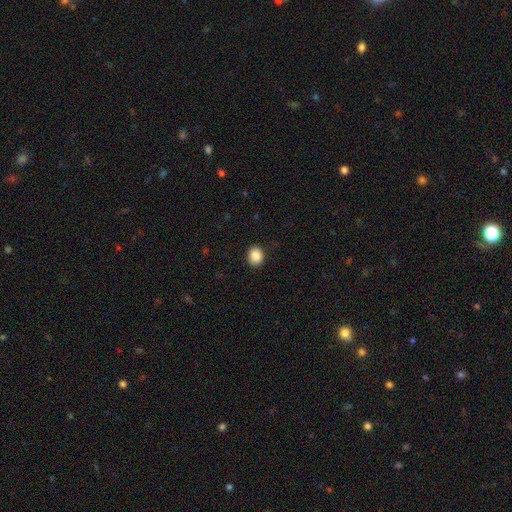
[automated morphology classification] Overall: smooth (89%). How rounded: round (59%; in between 40%). Merging: none (89%).